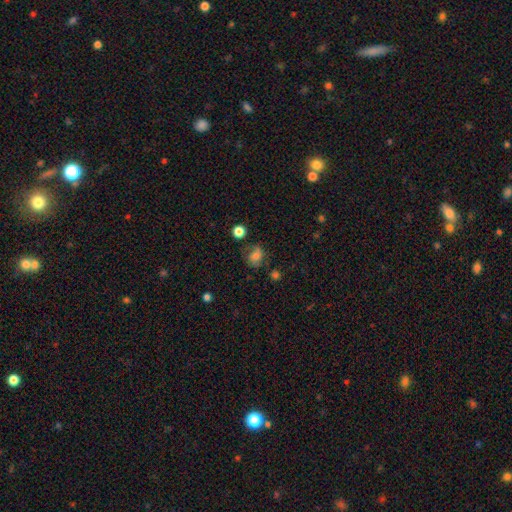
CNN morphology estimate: This is possibly a smooth galaxy (57%). How rounded: likely round (69%). Merging: likely none (65%).